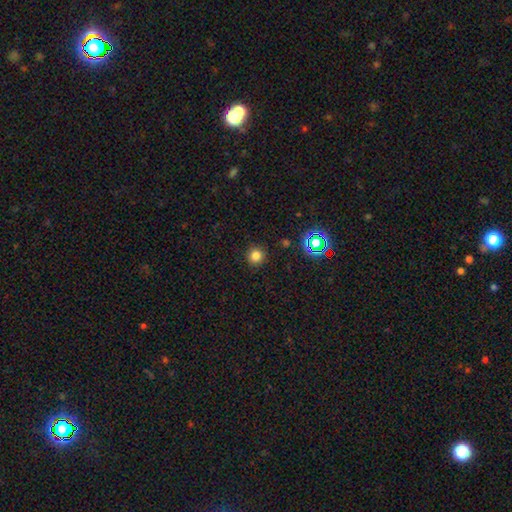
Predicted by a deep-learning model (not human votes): Smooth or featured? Predicted: smooth (p=0.78). How rounded? Predicted: round (p=0.94). Merging? Predicted: none (p=0.91).